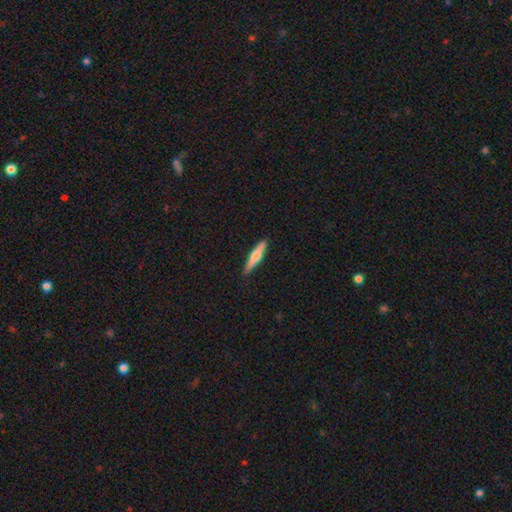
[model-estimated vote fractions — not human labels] Smooth or featured: smooth — 54% (featured or disk — 41%)
How rounded: cigar-shaped — 86% (in between — 12%)
Merging: none — 90% (minor disturbance — 7%)